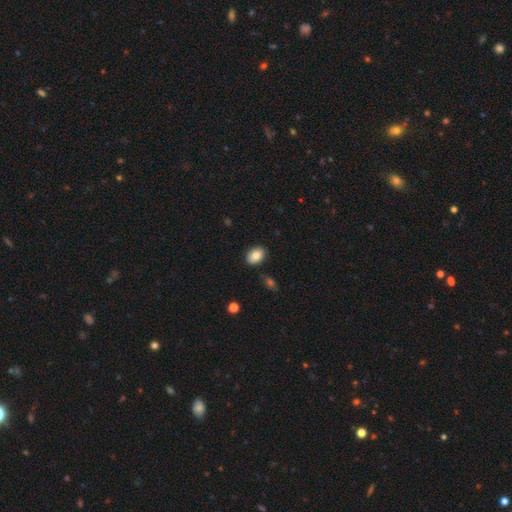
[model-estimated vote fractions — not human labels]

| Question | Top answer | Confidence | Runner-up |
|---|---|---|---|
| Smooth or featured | smooth | 85% | star or artifact (8%) |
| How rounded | in between | 79% | round (20%) |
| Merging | none | 86% | minor disturbance (10%) |